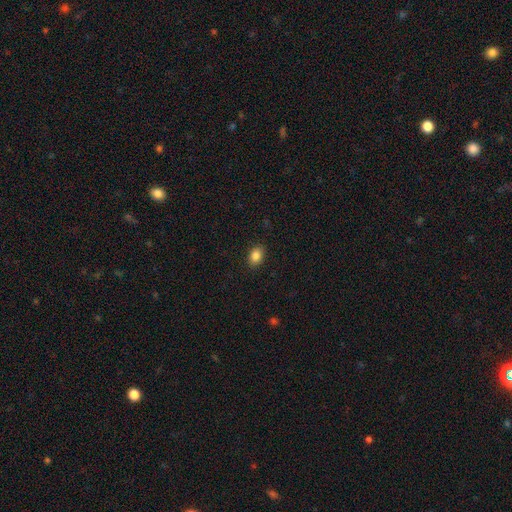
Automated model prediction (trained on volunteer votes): Smooth or featured: smooth — 86% (star or artifact — 9%)
How rounded: in between — 75% (round — 24%)
Merging: none — 89% (minor disturbance — 8%)